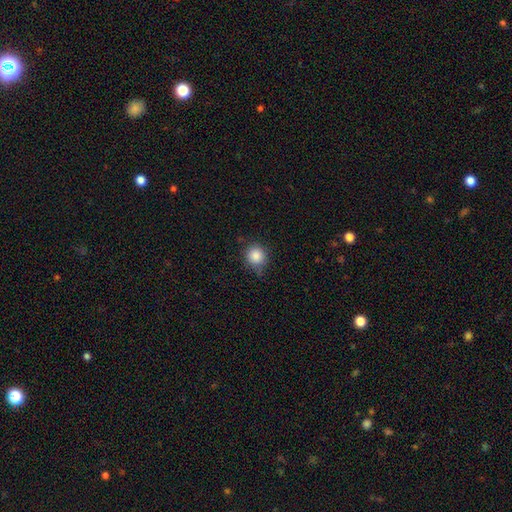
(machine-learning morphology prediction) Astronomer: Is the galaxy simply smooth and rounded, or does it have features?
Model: smooth — 86%.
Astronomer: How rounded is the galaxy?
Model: round — 90%.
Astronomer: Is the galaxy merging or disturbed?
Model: none — 76%.